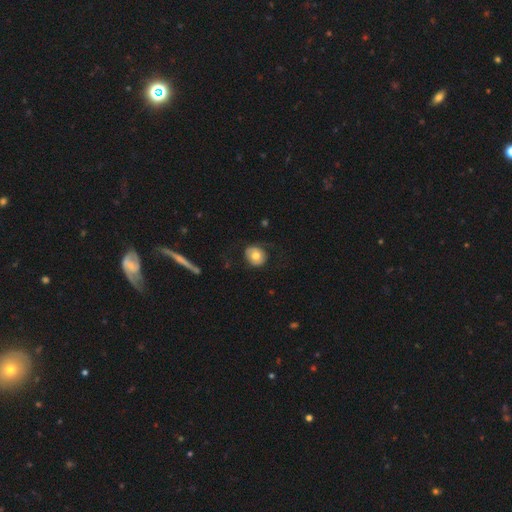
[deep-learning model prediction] Smooth or featured? smooth (70%)
How rounded? round (79%)
Merging? none (73%)